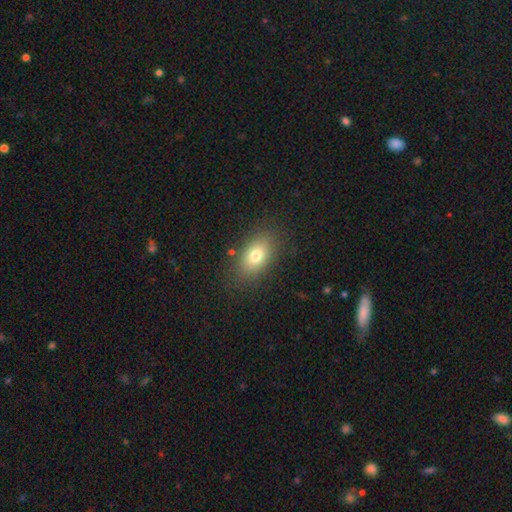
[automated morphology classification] This is likely a smooth galaxy (76%). How rounded: clearly in between (86%). Merging: clearly none (83%).